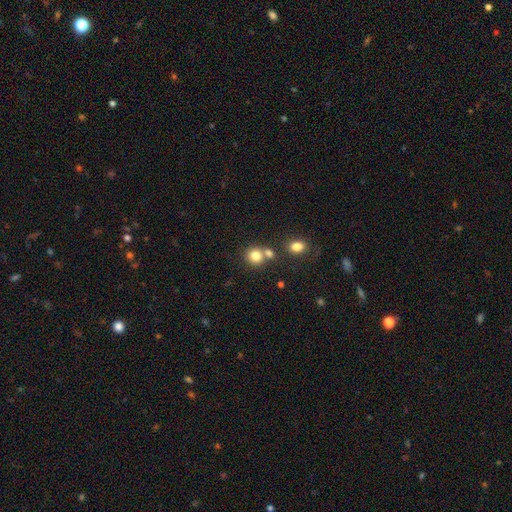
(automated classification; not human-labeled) Q: Smooth or featured?
A: smooth (81%); runner-up: star or artifact (11%)
Q: How rounded?
A: round (83%); runner-up: in between (16%)
Q: Merging?
A: none (56%); runner-up: merger (32%)